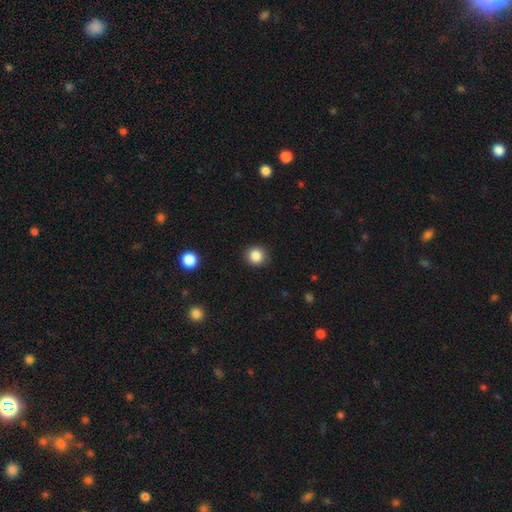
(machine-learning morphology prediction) The model was most divided on "smooth or featured": smooth: 85%, star or artifact: 10%, featured or disk: 4%. More confident: merging — none (91%); how rounded — round (88%).